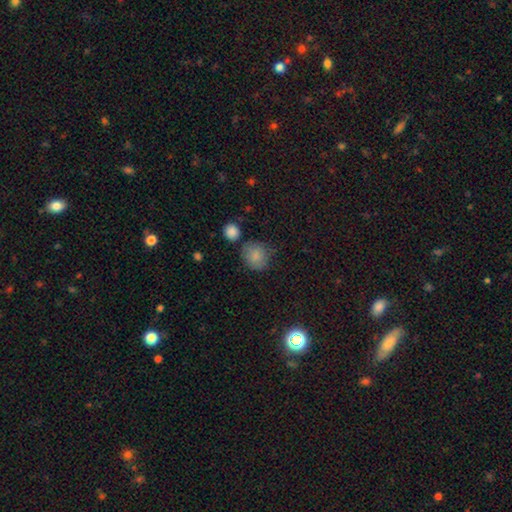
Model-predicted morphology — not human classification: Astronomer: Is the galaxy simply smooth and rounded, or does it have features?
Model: smooth — 84%.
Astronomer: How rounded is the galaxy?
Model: round — 78%.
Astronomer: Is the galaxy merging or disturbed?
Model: none — 67%.